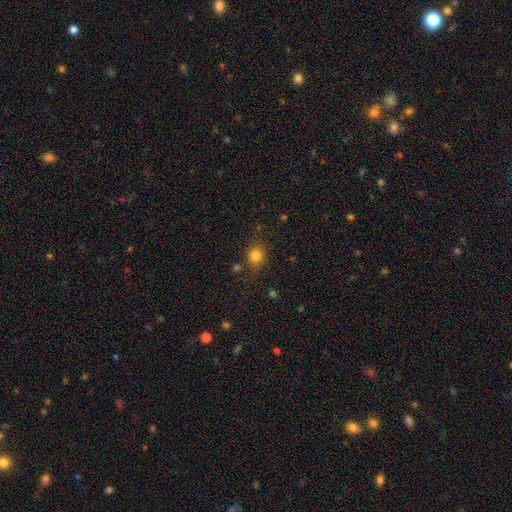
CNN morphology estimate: The model was most divided on "how rounded": round: 73%, in between: 26%, cigar-shaped: 1%. More confident: smooth or featured — smooth (81%); merging — none (78%).